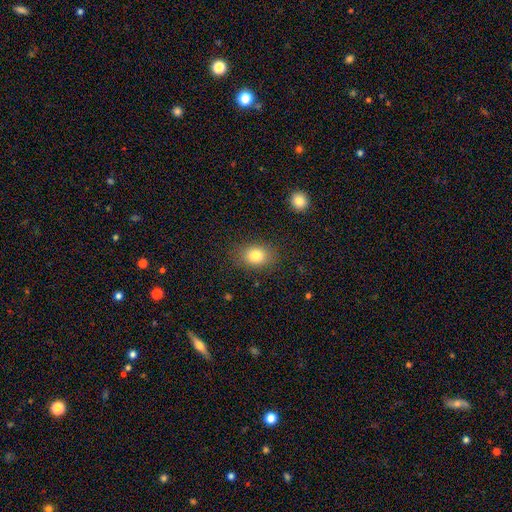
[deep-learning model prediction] smooth 81%, star or artifact 10%, featured or disk 9%. Down the decision tree: how rounded — in between (62%); merging — none (84%).